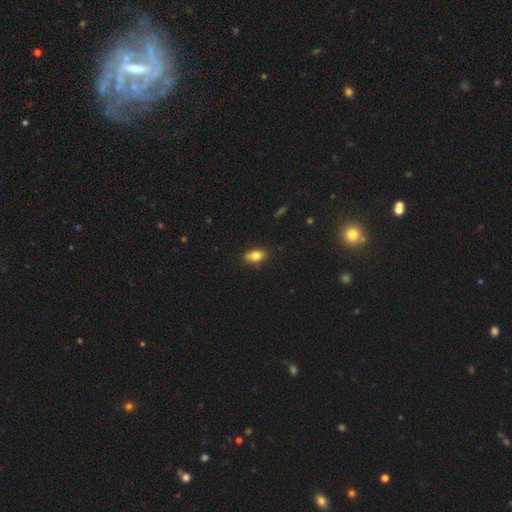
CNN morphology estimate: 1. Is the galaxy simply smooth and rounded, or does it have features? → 79% smooth, 12% featured or disk, 9% star or artifact.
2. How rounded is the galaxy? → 81% in between, 14% round, 5% cigar-shaped.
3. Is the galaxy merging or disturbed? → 73% none, 19% minor disturbance, 5% merger, 3% major disturbance.